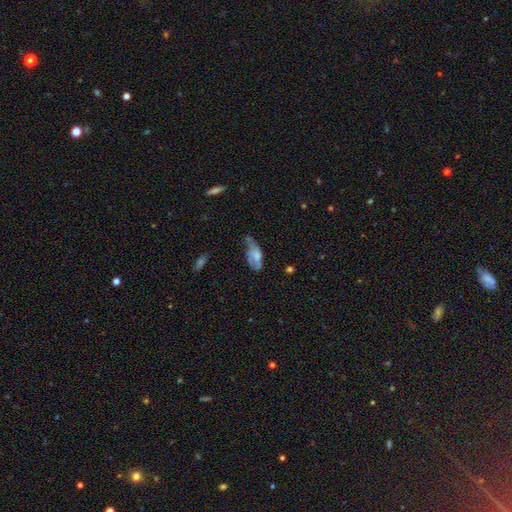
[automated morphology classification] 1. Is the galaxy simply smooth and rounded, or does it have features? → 51% smooth, 41% featured or disk, 9% star or artifact.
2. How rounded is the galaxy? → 84% in between, 12% cigar-shaped, 3% round.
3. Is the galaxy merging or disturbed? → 36% minor disturbance, 32% major disturbance, 25% none, 6% merger.